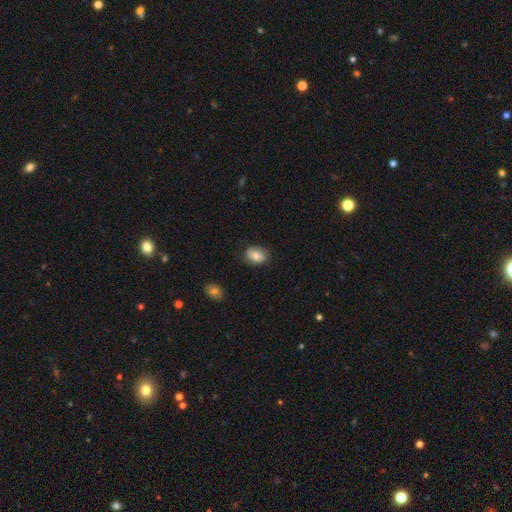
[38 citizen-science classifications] Q: Smooth or featured?
A: smooth (79%); runner-up: featured or disk (21%)
Q: How rounded?
A: in between (73%); runner-up: round (27%)
Q: Merging?
A: none (92%); runner-up: minor disturbance (8%)